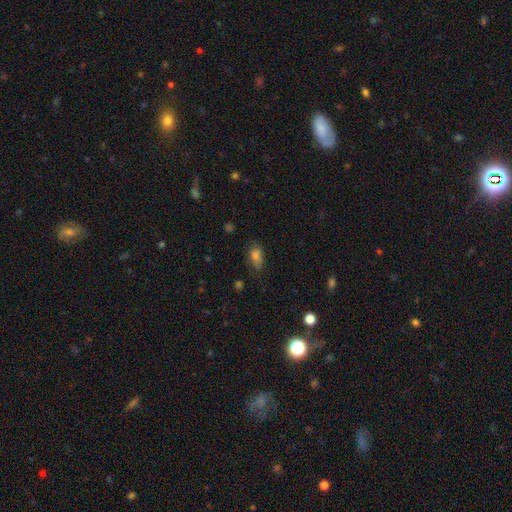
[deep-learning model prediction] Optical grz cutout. It shows a smooth galaxy with no disk features (77%) that is in between round and cigar-shaped (84%). Merging: none (67%).